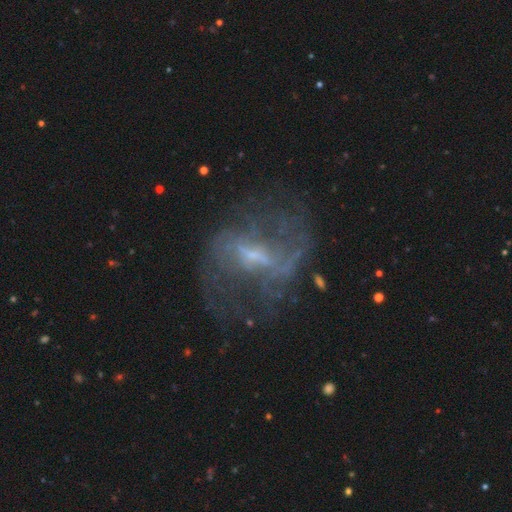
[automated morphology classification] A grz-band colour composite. It shows a featured or disk galaxy (78%) with a weak bar (49%), 2 (66%) loose (57%) spiral arms (77%) and a small central bulge (57%). Merging: none (55%).